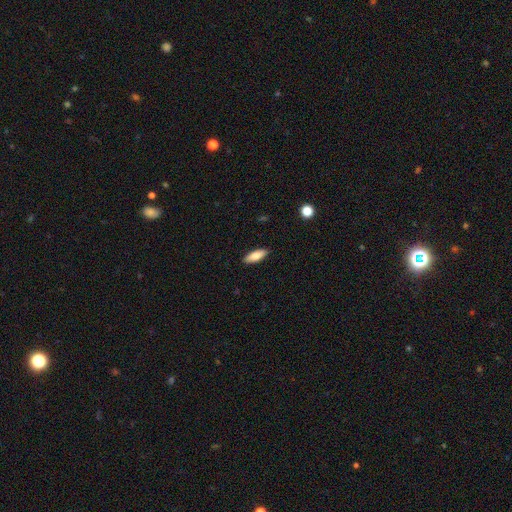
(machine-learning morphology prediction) Smooth or featured? smooth (83%)
How rounded? in between (70%)
Merging? none (89%)